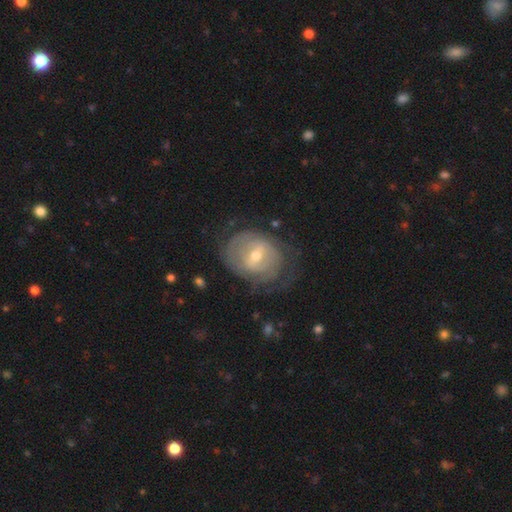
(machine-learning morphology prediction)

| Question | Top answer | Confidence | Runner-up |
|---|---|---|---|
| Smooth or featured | featured or disk | 74% | smooth (19%) |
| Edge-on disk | no | 96% | yes (4%) |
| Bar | weak | 53% | strong (25%) |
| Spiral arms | yes | 74% | no (26%) |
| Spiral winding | tight | 61% | medium (27%) |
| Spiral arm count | can't tell | 50% | 2 (32%) |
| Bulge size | small | 49% | moderate (47%) |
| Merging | none | 59% | minor disturbance (22%) |